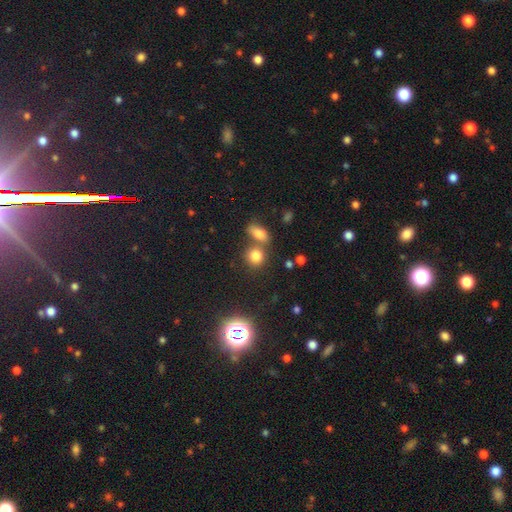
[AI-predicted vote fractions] Smooth or featured? smooth (77%)
How rounded? round (75%)
Merging? none (60%)